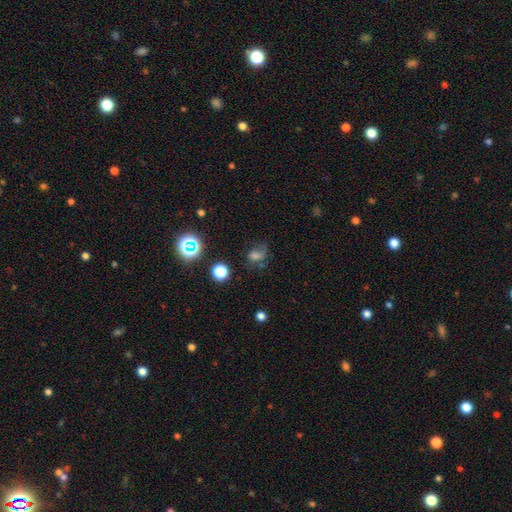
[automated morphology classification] A smooth galaxy with no disk features (50%) that is in between round and cigar-shaped (53%). Merging: none (44%).